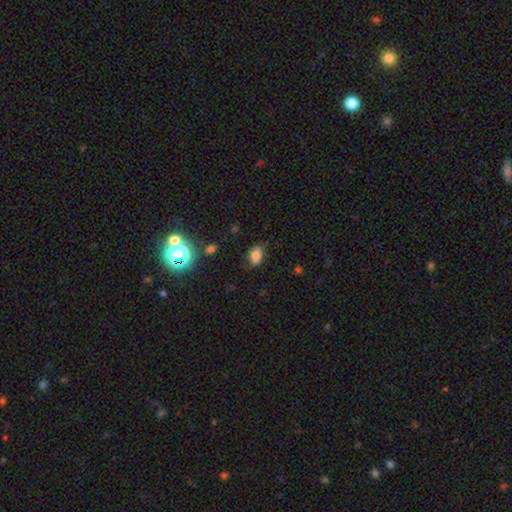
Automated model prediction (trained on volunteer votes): Overall: smooth (78%). How rounded: in between (83%). Merging: none (76%).